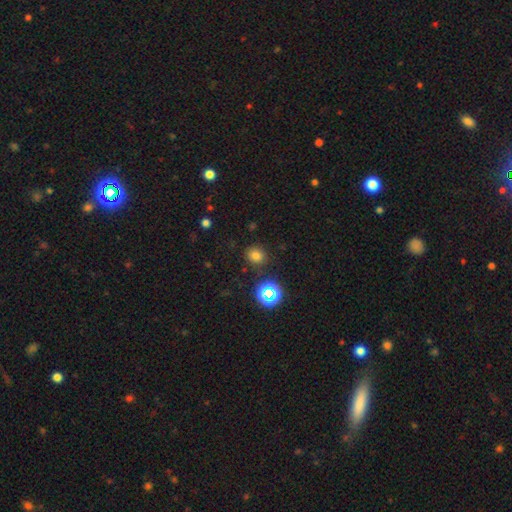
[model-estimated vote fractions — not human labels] A smooth galaxy with no disk features (73%) that is round (76%). Merging: none (85%).